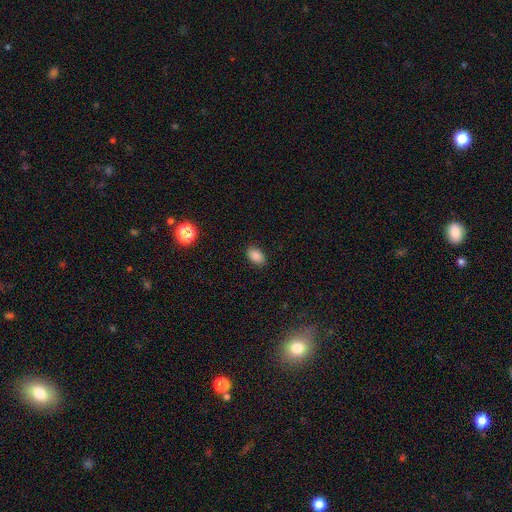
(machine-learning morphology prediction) type=smooth (85%); roundness=in between (89%); merging=none (88%).